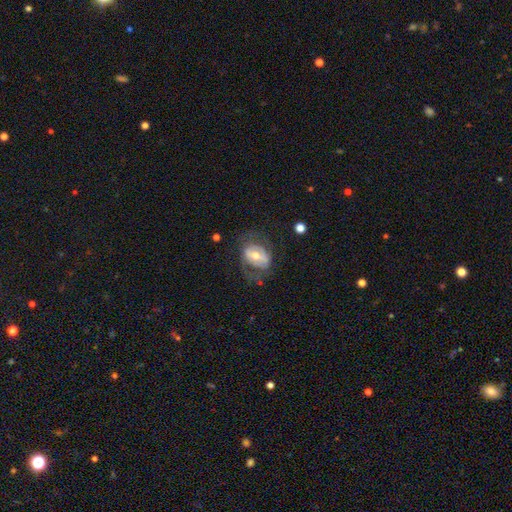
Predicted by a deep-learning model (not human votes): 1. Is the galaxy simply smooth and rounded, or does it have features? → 61% featured or disk, 31% smooth, 7% star or artifact.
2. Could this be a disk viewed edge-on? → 94% no, 6% yes.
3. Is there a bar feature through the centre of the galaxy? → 36% weak, 35% strong, 30% no.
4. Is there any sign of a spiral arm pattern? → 55% no, 45% yes.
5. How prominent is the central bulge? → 68% moderate, 24% small, 6% large, 1% none, 1% dominant.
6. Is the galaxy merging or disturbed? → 52% none, 24% major disturbance, 22% minor disturbance, 2% merger.